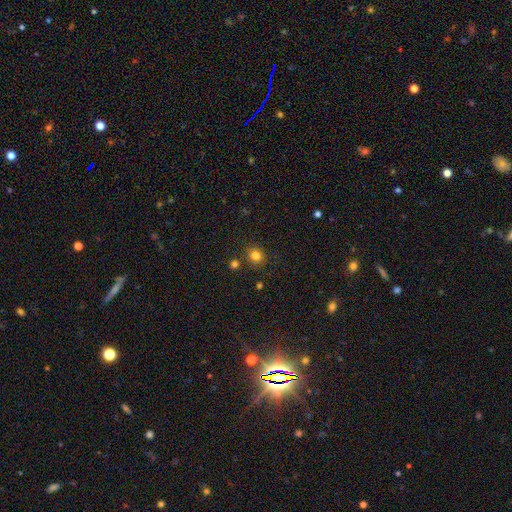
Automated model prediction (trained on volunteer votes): smooth 81%, star or artifact 15%, featured or disk 5%. Down the decision tree: how rounded — round (86%); merging — none (84%).